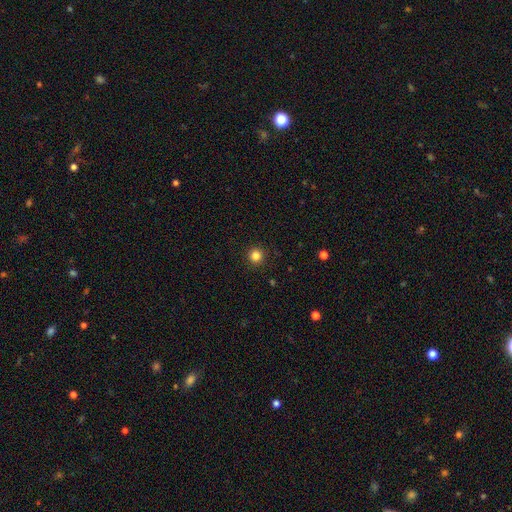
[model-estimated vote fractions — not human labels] This is clearly a smooth galaxy (84%). How rounded: clearly round (96%). Merging: clearly none (93%).